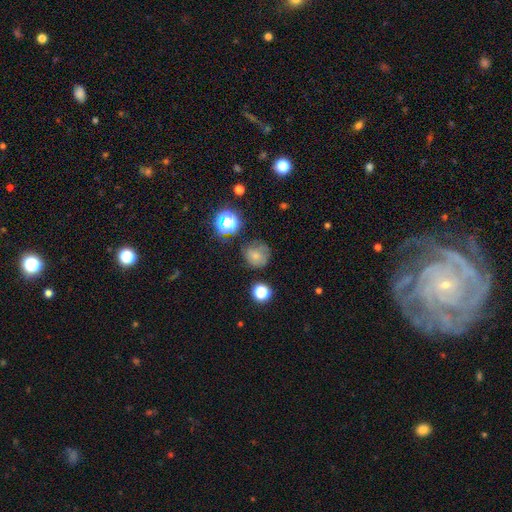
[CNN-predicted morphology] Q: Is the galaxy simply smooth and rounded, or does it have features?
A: smooth — 58%.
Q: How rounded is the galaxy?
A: round — 85%.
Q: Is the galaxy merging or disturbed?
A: none — 63%.